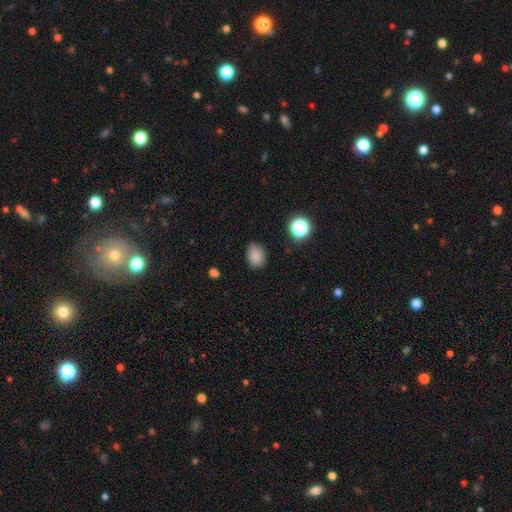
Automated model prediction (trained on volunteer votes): The model was most divided on "how rounded": in between: 59%, round: 40%, cigar-shaped: 1%. More confident: smooth or featured — smooth (84%); merging — none (80%).